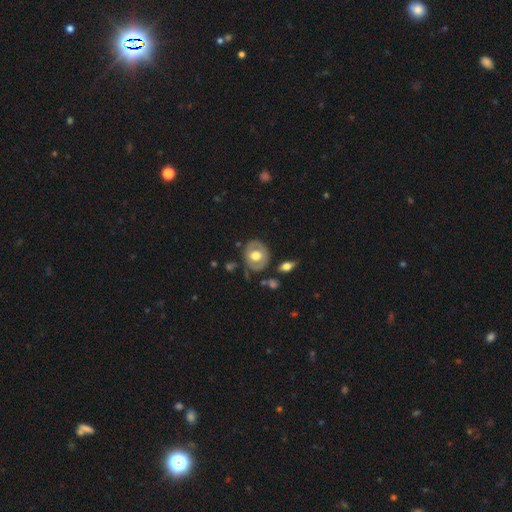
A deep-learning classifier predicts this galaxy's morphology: Overall: smooth (49%; featured or disk 45%). Merging: none (72%).